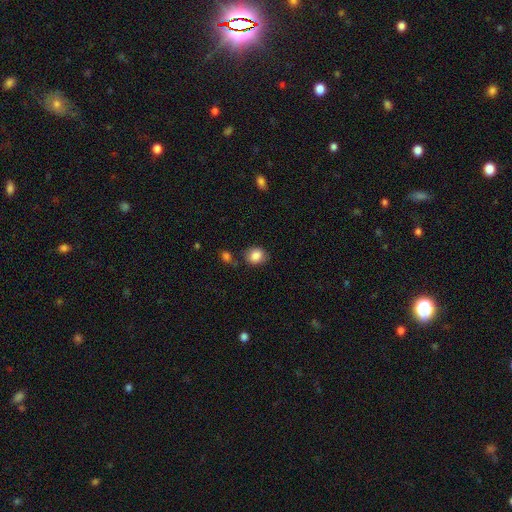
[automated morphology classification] smooth_or_featured: smooth (p=0.86) [alt: star or artifact p=0.09]
how_rounded: round (p=0.61) [alt: in between p=0.38]
merging: none (p=0.72) [alt: minor disturbance p=0.16]